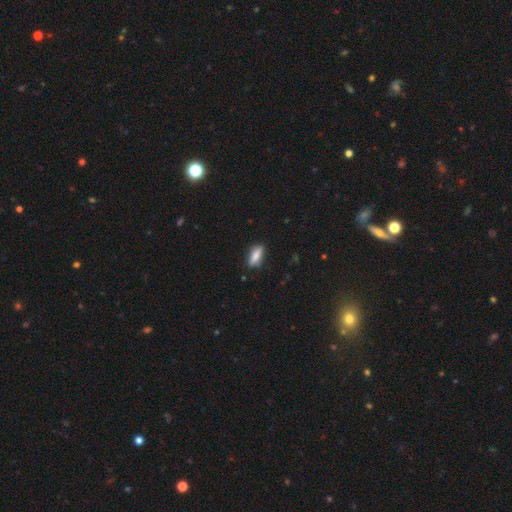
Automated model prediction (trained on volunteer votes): Overall: smooth (75%). How rounded: in between (59%; cigar-shaped 38%). Merging: none (82%).